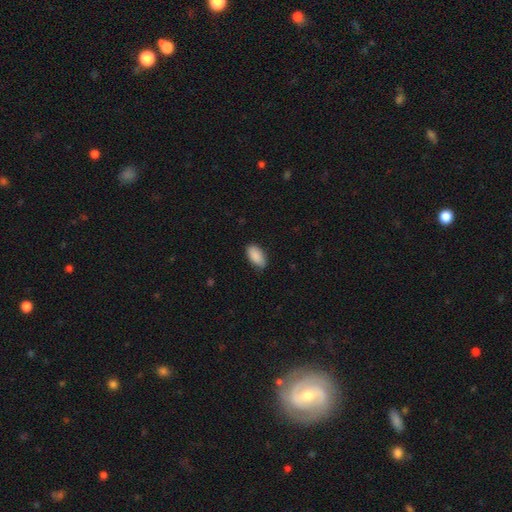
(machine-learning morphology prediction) Overall: smooth (90%). How rounded: in between (94%). Merging: none (80%).